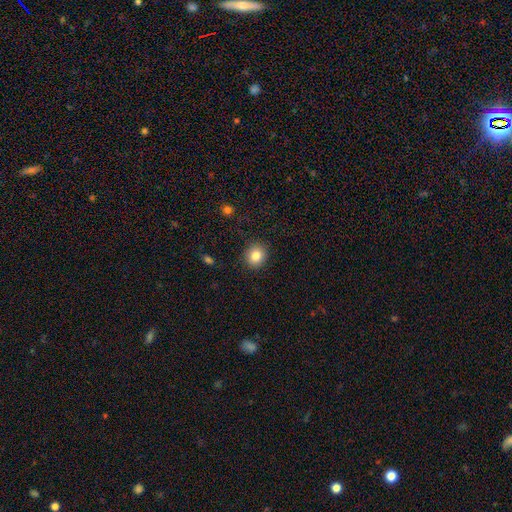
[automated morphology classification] smooth-or-featured: smooth: 84% | star or artifact: 10% | featured or disk: 7%
  how-rounded: round: 81% | in between: 18% | cigar-shaped: 1%
  merging: none: 90% | minor disturbance: 7% | major disturbance: 2% | merger: 1%